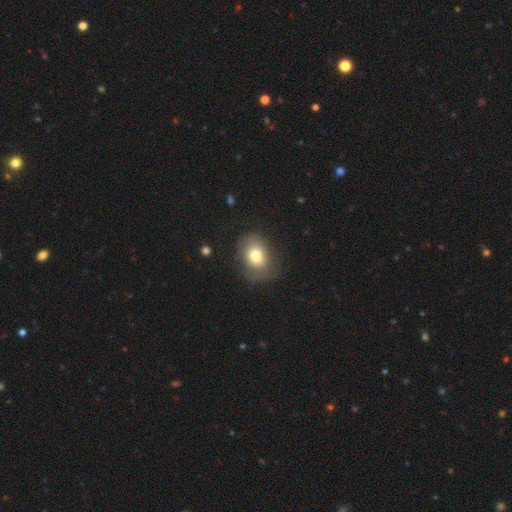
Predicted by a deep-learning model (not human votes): This is likely a smooth galaxy (76%). How rounded: likely in between (66%). Merging: likely none (68%).